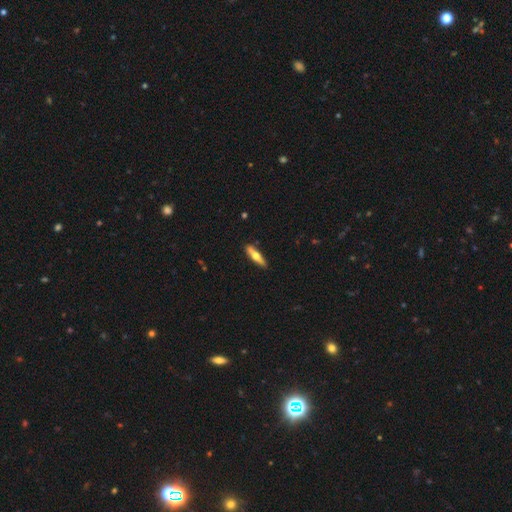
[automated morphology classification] type=featured or disk (51%); edge-on=yes (93%); merging=none (88%).